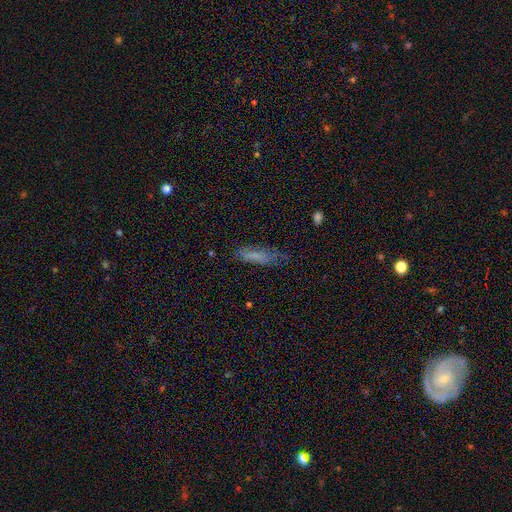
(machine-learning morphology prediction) This appears to be a smooth galaxy with no disk features (68%) that is cigar-shaped (58%). Merging: none (61%).